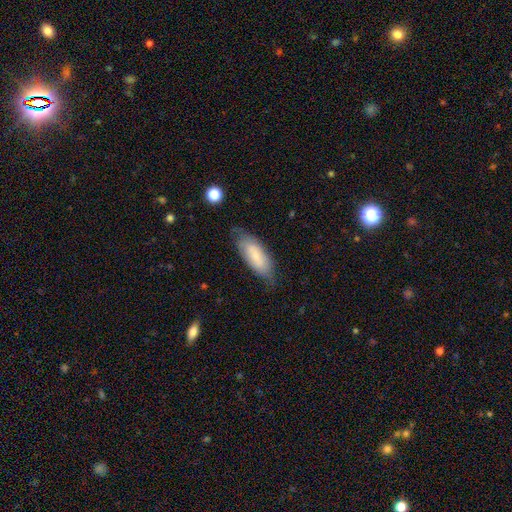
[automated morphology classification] Smooth or featured?
  - smooth: 68% *
  - featured or disk: 26%
  - star or artifact: 7%
How rounded?
  - in between: 76% *
  - cigar-shaped: 22%
  - round: 2%
Merging?
  - none: 68% *
  - minor disturbance: 24%
  - major disturbance: 6%
  - merger: 2%